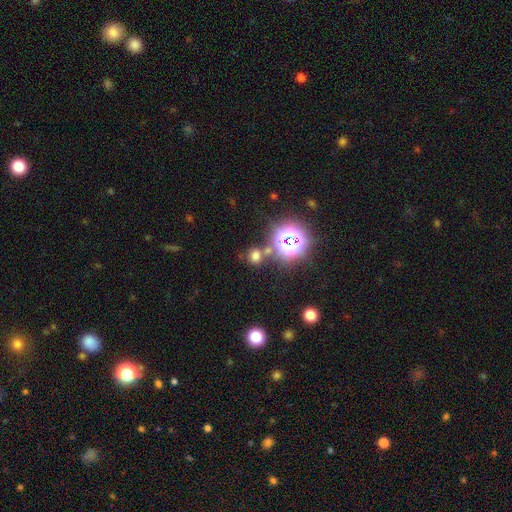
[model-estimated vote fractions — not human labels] The model was most divided on "smooth or featured": smooth: 57%, star or artifact: 36%, featured or disk: 7%. More confident: how rounded — round (81%); merging — none (72%).